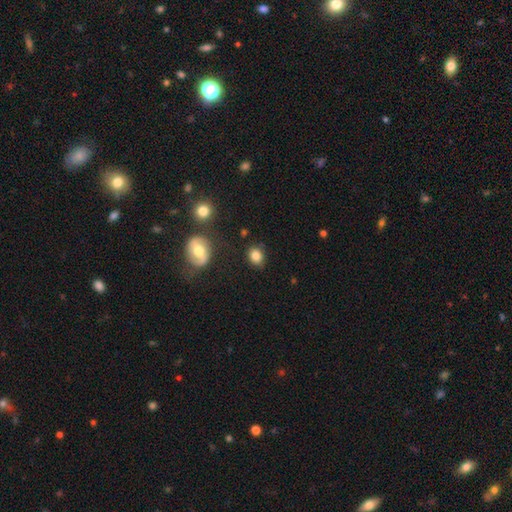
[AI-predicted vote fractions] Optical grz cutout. It shows a smooth galaxy with no disk features (83%) that is in between round and cigar-shaped (52%). Merging: none (80%).